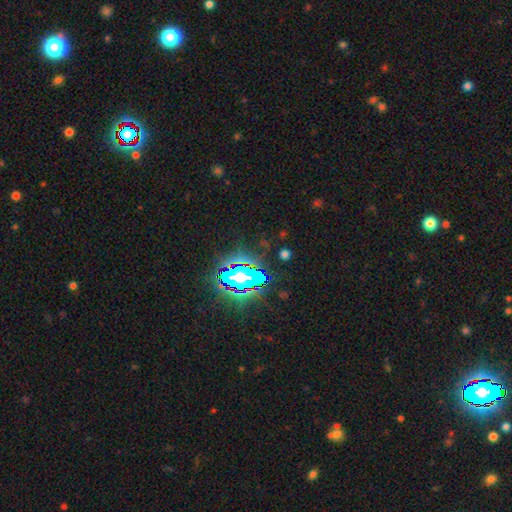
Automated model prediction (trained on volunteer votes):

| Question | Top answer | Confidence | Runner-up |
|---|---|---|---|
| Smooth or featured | star or artifact | 82% | smooth (11%) |